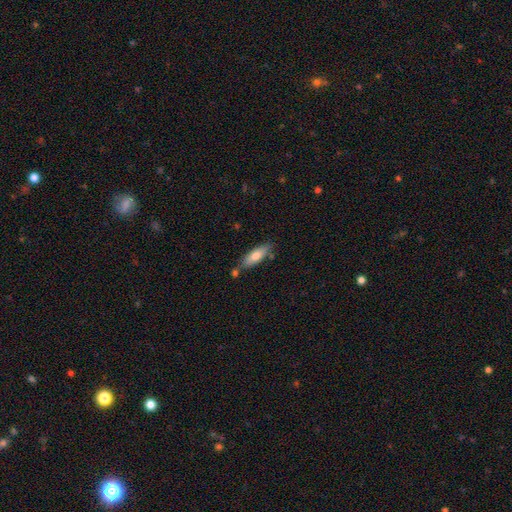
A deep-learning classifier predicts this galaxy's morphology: Overall: smooth (72%). How rounded: in between (49%, tied with cigar-shaped). Merging: none (71%).